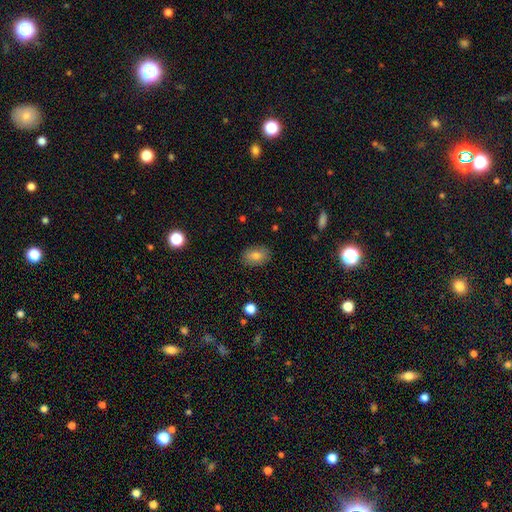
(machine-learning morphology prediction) Q: Smooth or featured?
A: smooth (77%); runner-up: featured or disk (13%)
Q: How rounded?
A: in between (83%); runner-up: round (16%)
Q: Merging?
A: none (87%); runner-up: minor disturbance (10%)